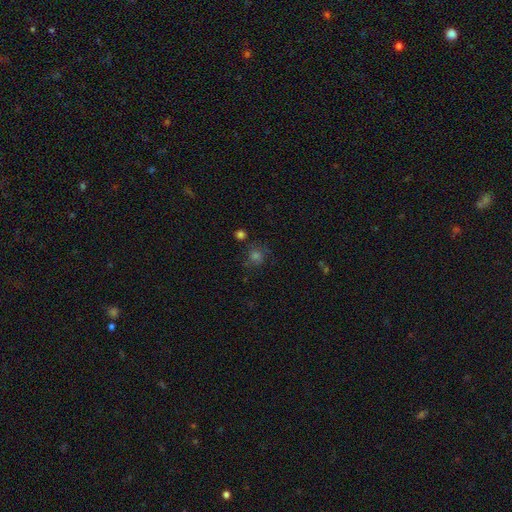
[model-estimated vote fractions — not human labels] Smooth or featured? Predicted: smooth (p=0.52). How rounded? Predicted: round (p=0.85). Merging? Predicted: none (p=0.72).